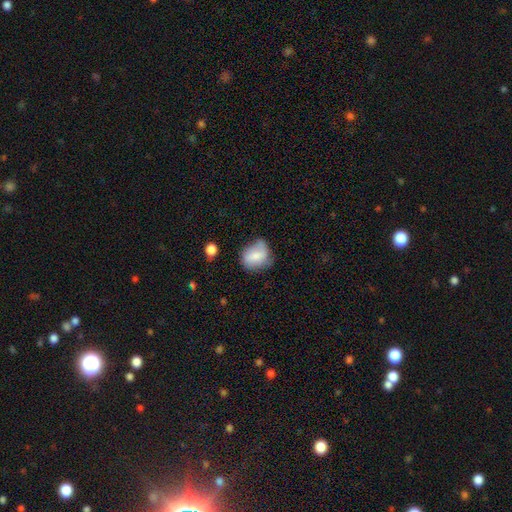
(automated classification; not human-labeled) smooth 72%, featured or disk 20%, star or artifact 8%. Down the decision tree: how rounded — round (53%); merging — none (45%).